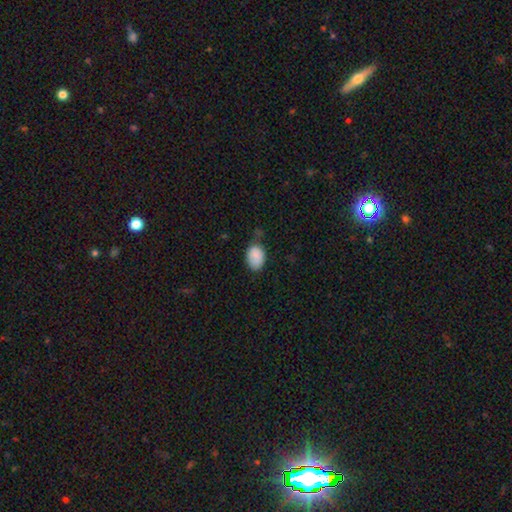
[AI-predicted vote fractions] smooth_or_featured: smooth (p=0.88) [alt: star or artifact p=0.08]
how_rounded: in between (p=0.81) [alt: round p=0.18]
merging: none (p=0.57) [alt: minor disturbance p=0.32]